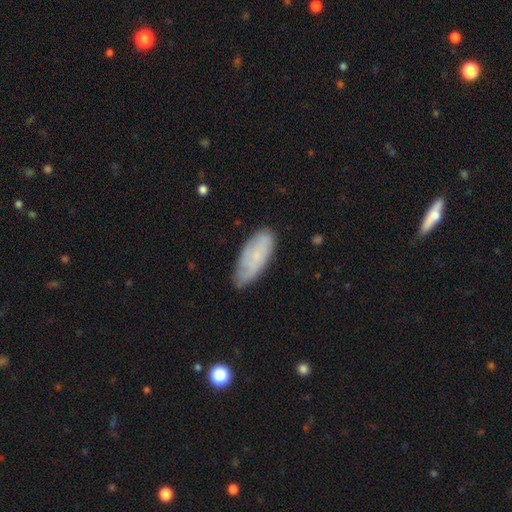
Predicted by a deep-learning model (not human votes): The model was most divided on "smooth or featured": smooth: 54%, featured or disk: 38%, star or artifact: 8%. More confident: how rounded — in between (79%); merging — none (70%).